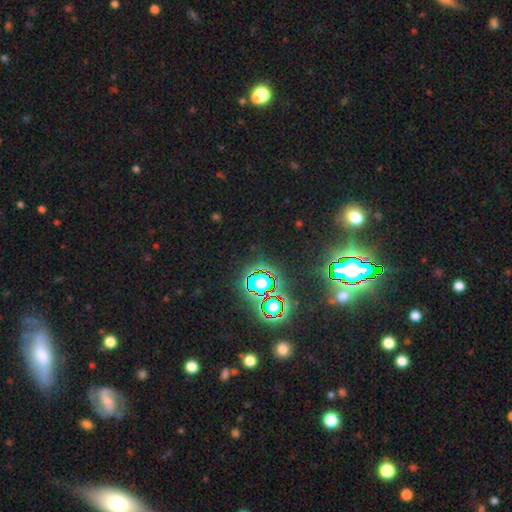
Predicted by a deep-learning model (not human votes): Q: Smooth or featured?
A: star or artifact (81%); runner-up: smooth (12%)